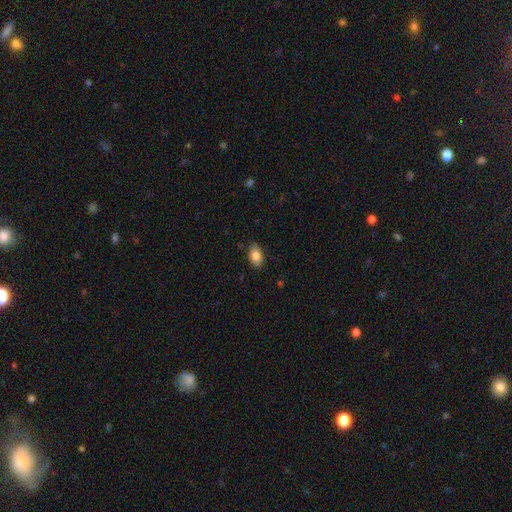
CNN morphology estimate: Smooth or featured? smooth (84%)
How rounded? in between (91%)
Merging? none (86%)